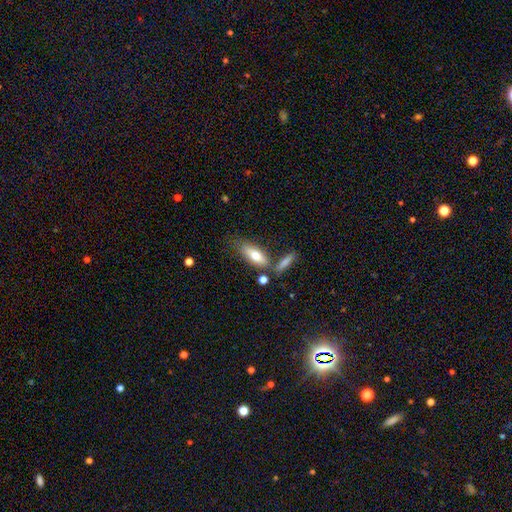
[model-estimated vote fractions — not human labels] A smooth galaxy with no disk features (70%) that is in between round and cigar-shaped (68%).

Vote fractions:
- Smooth or featured? smooth: 70% / featured or disk: 24% / star or artifact: 6%
- How rounded? in between: 68% / cigar-shaped: 29% / round: 3%
- Merging? none: 60% / merger: 19% / minor disturbance: 16% / major disturbance: 6%